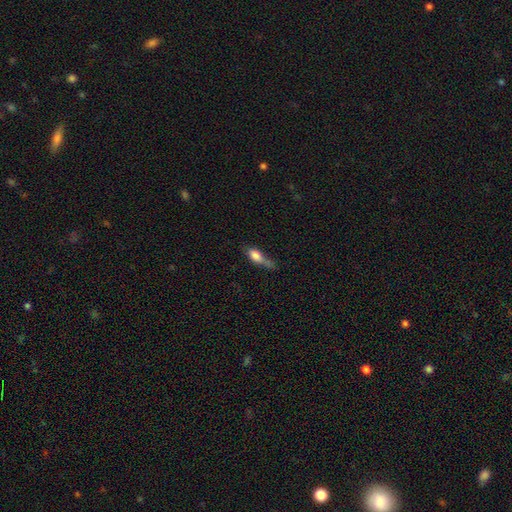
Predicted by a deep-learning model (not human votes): smooth_or_featured: smooth (p=0.73) [alt: featured or disk p=0.18]
how_rounded: in between (p=0.66) [alt: cigar-shaped p=0.29]
merging: minor disturbance (p=0.33) [alt: none p=0.30]